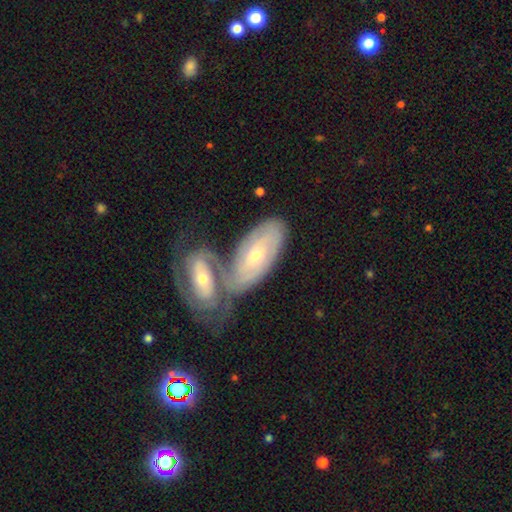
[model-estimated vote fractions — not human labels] Smooth or featured? featured or disk (68%)
Edge-on disk? no (88%)
Bar? no (62%)
Spiral arms? yes (82%)
Bulge size? small (49%)
Merging? merger (49%)